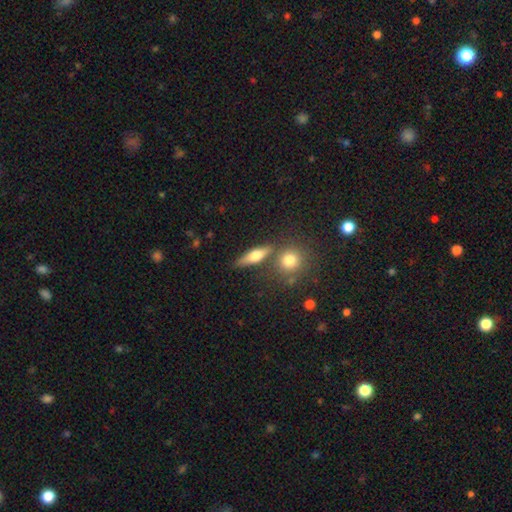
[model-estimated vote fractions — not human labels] Smooth or featured? smooth (54%)
How rounded? cigar-shaped (44%)
Merging? none (71%)